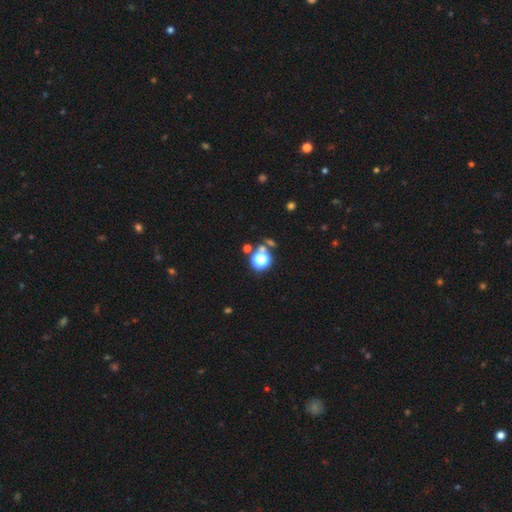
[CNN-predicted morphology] star or artifact 47%, smooth 44%, featured or disk 9%.